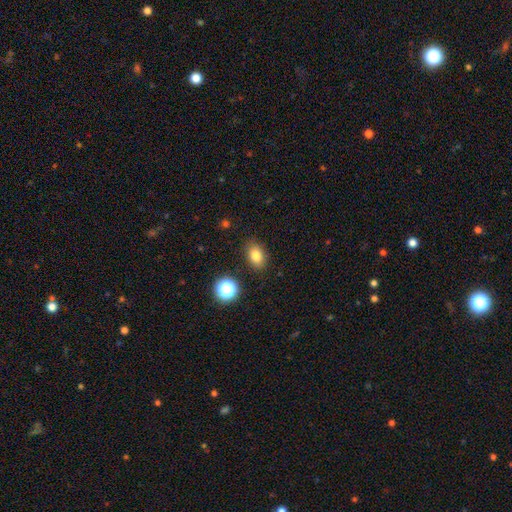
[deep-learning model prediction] Smooth or featured? smooth (80%)
How rounded? in between (78%)
Merging? none (85%)